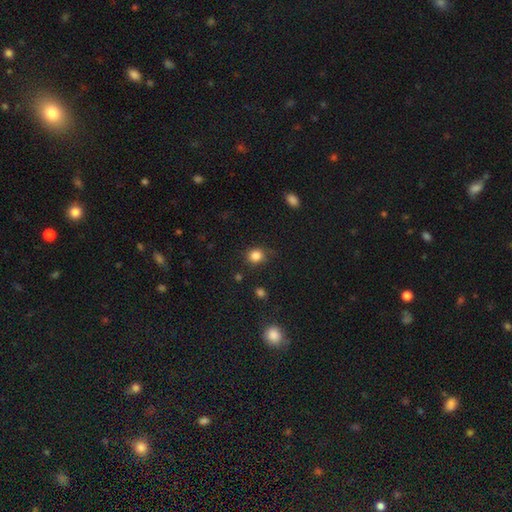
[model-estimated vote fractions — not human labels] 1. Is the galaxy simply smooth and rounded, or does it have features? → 84% smooth, 12% star or artifact, 4% featured or disk.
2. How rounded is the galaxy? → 82% round, 17% in between, 1% cigar-shaped.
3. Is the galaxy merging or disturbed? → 76% none, 17% minor disturbance, 5% major disturbance, 2% merger.